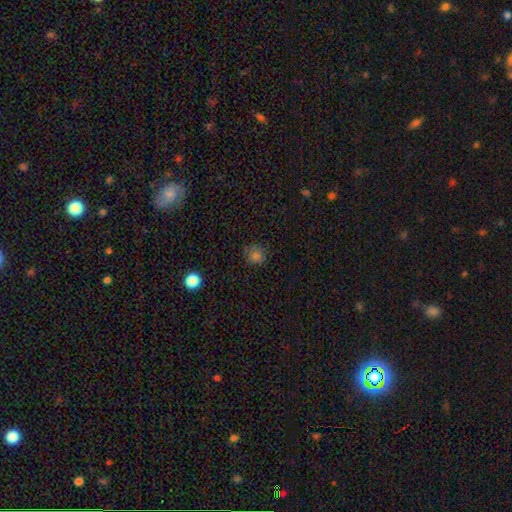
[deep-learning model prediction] This is likely a smooth galaxy (75%). How rounded: clearly round (85%). Merging: likely none (77%).